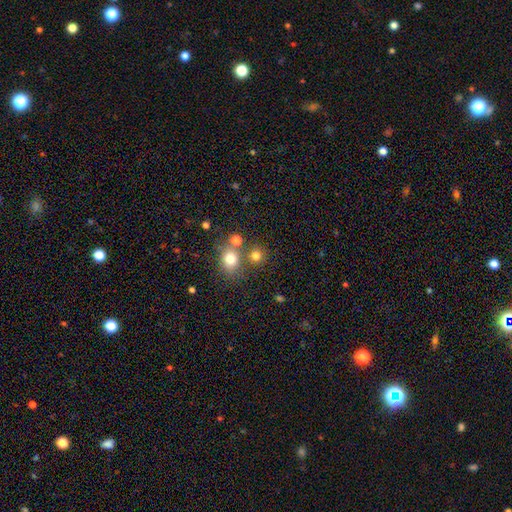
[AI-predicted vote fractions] A smooth galaxy with no disk features (76%) that is round (85%).

Vote fractions:
- Smooth or featured? smooth: 76% / star or artifact: 16% / featured or disk: 8%
- How rounded? round: 85% / in between: 14% / cigar-shaped: 1%
- Merging? none: 68% / merger: 19% / minor disturbance: 9% / major disturbance: 4%